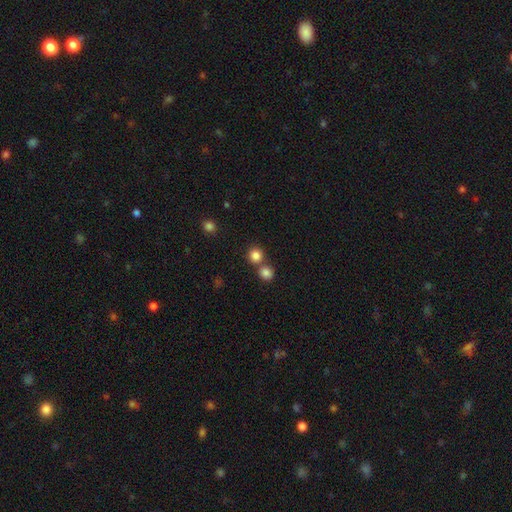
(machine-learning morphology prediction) A smooth galaxy with no disk features (83%) that is round (91%). Merging: none (64%).